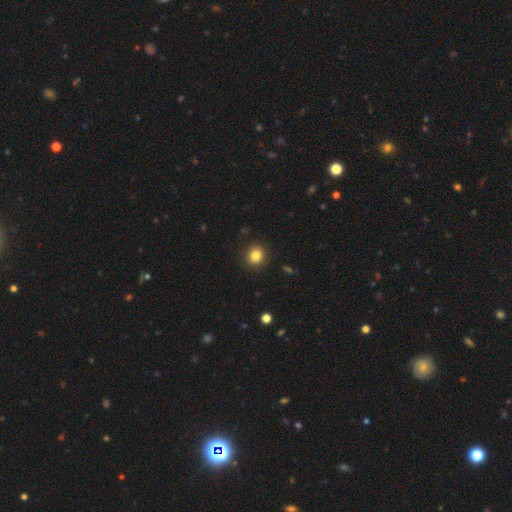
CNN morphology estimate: Q: Smooth or featured?
A: smooth (84%); runner-up: star or artifact (11%)
Q: How rounded?
A: round (85%); runner-up: in between (14%)
Q: Merging?
A: none (91%); runner-up: minor disturbance (6%)